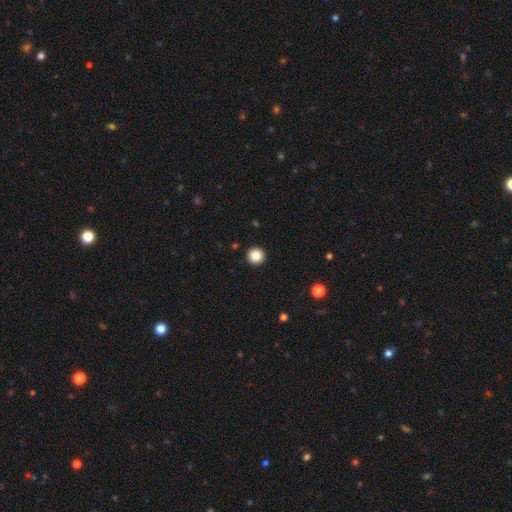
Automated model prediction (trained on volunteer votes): Morphology: type=smooth (86%); roundness=round (97%); merging=none (94%).